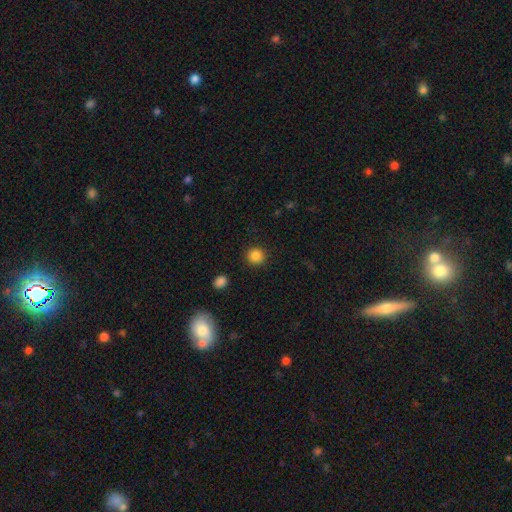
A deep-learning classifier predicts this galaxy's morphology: Smooth or featured?
  - smooth: 86% *
  - star or artifact: 11%
  - featured or disk: 3%
How rounded?
  - round: 93% *
  - in between: 6%
  - cigar-shaped: 1%
Merging?
  - none: 92% *
  - minor disturbance: 5%
  - major disturbance: 2%
  - merger: 1%